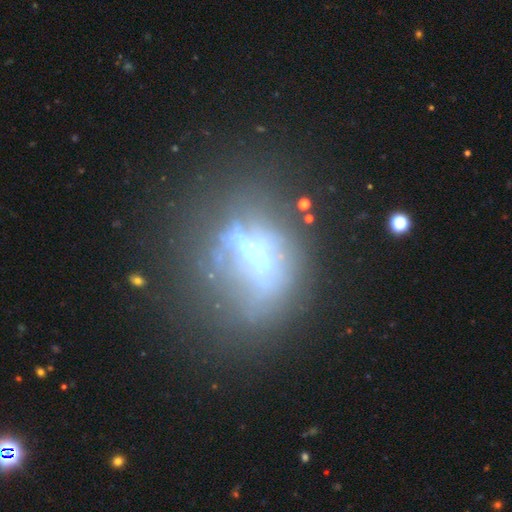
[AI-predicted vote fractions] Morphology: type=featured or disk (57%); edge-on=no (81%); merging=none (40%).